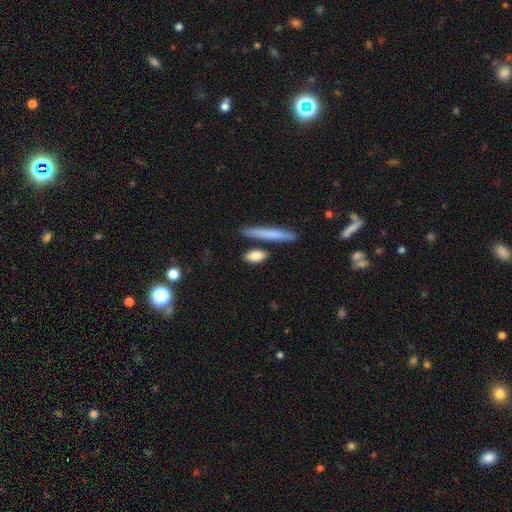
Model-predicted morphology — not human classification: A smooth galaxy with no disk features (82%) that is in between round and cigar-shaped (57%).

Vote fractions:
- Smooth or featured? smooth: 82% / featured or disk: 12% / star or artifact: 6%
- How rounded? in between: 57% / cigar-shaped: 38% / round: 5%
- Merging? none: 76% / minor disturbance: 12% / merger: 8% / major disturbance: 3%